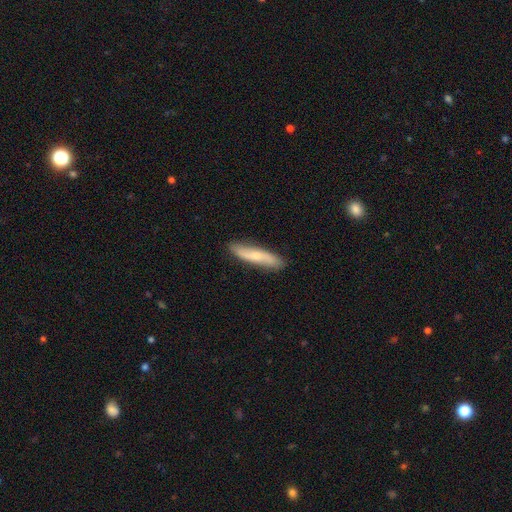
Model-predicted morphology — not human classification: Smooth or featured? Predicted: smooth (p=0.49). Merging? Predicted: none (p=0.85).